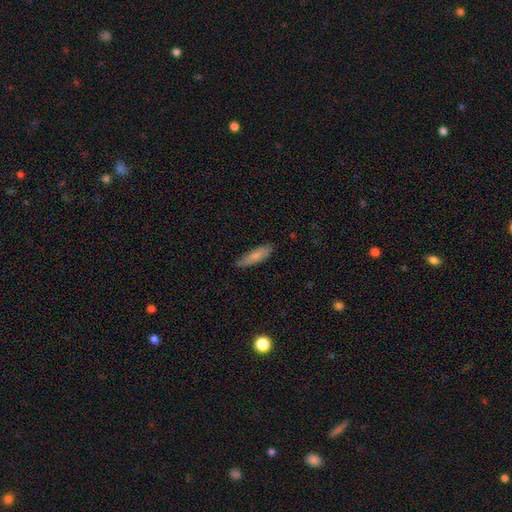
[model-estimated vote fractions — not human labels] A smooth galaxy with no disk features (78%) that is cigar-shaped (66%).

Vote fractions:
- Smooth or featured? smooth: 78% / featured or disk: 15% / star or artifact: 6%
- How rounded? cigar-shaped: 66% / in between: 32% / round: 2%
- Merging? none: 82% / minor disturbance: 15% / major disturbance: 2% / merger: 1%